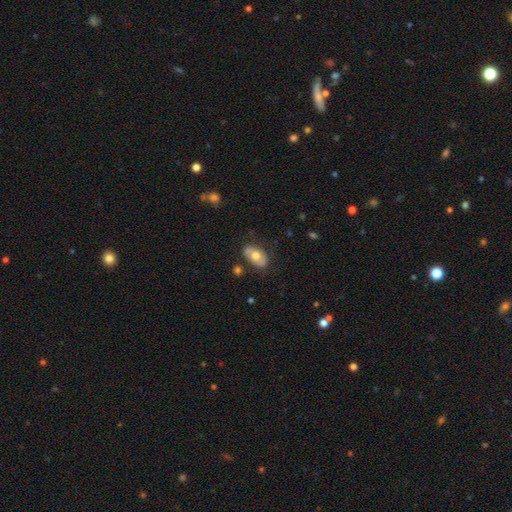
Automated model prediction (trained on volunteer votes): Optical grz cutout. It shows a smooth galaxy with no disk features (58%) that is in between round and cigar-shaped (91%). Merging: none (74%).